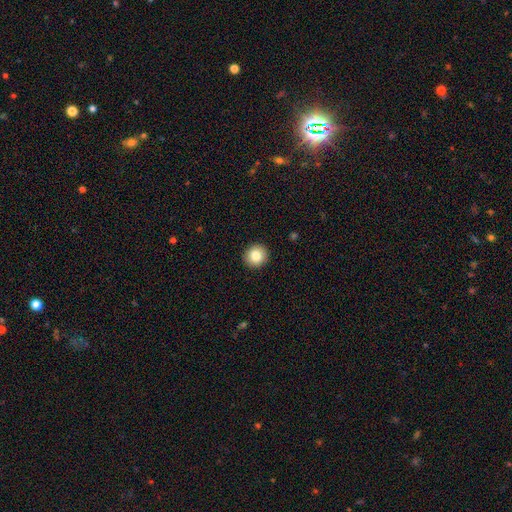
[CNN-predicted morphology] Smooth or featured?
  - smooth: 84% *
  - star or artifact: 9%
  - featured or disk: 7%
How rounded?
  - round: 92% *
  - in between: 7%
  - cigar-shaped: 1%
Merging?
  - none: 93% *
  - minor disturbance: 5%
  - major disturbance: 2%
  - merger: 1%